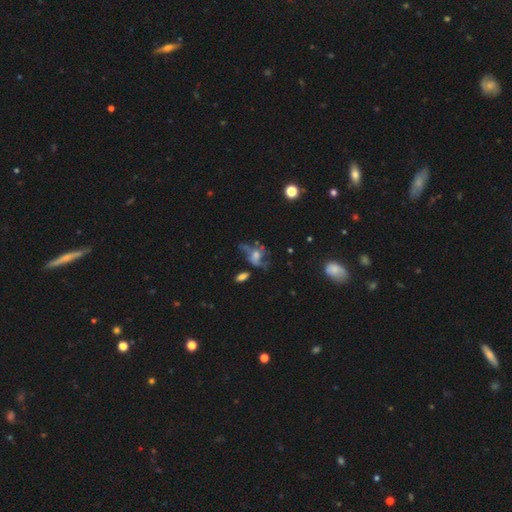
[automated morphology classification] This appears to be a featured or disk galaxy (55%) with no bar (76%), no spiral arms (52%) and a moderate central bulge (44%). Merging: none (36%).